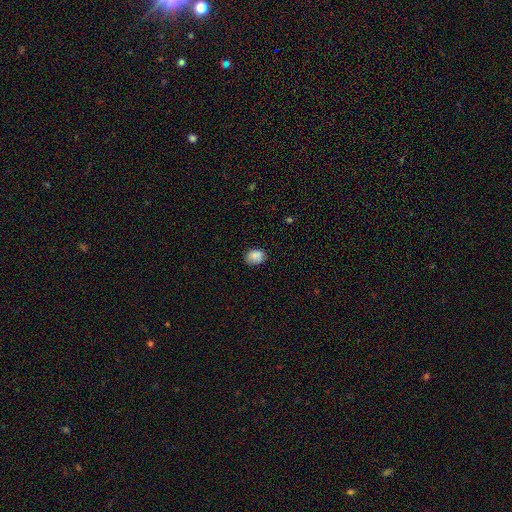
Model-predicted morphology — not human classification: Smooth or featured: smooth — 83% (star or artifact — 9%)
How rounded: in between — 62% (round — 37%)
Merging: none — 71% (minor disturbance — 20%)